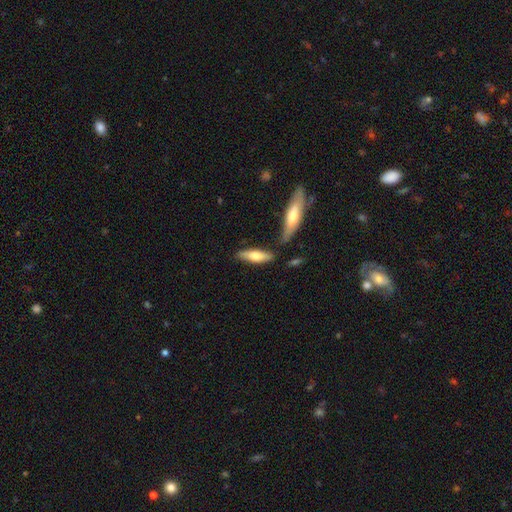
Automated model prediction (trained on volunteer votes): Morphology: type=smooth (58%); roundness=cigar-shaped (63%); merging=none (75%).